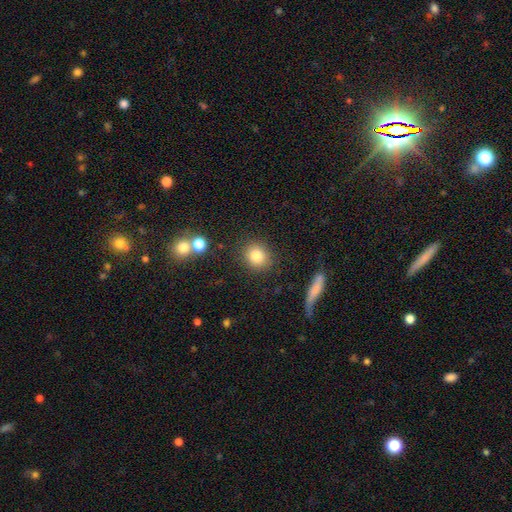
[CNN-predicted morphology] Smooth or featured?
  - smooth: 83% *
  - star or artifact: 10%
  - featured or disk: 7%
How rounded?
  - round: 80% *
  - in between: 19%
  - cigar-shaped: 1%
Merging?
  - none: 86% *
  - minor disturbance: 8%
  - merger: 3%
  - major disturbance: 3%